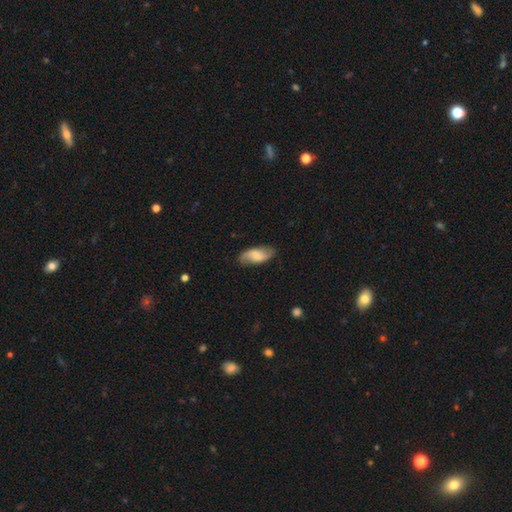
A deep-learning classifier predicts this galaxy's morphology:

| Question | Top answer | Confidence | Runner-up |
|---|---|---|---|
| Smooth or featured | smooth | 49% | featured or disk (44%) |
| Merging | none | 80% | minor disturbance (15%) |